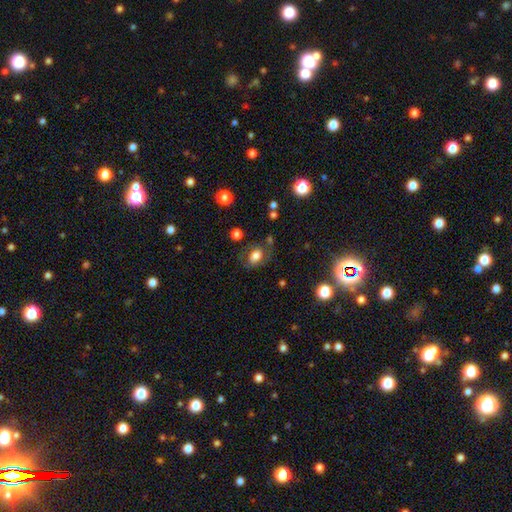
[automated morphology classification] A smooth galaxy with no disk features (70%) that is in between round and cigar-shaped (75%). Merging: none (68%).